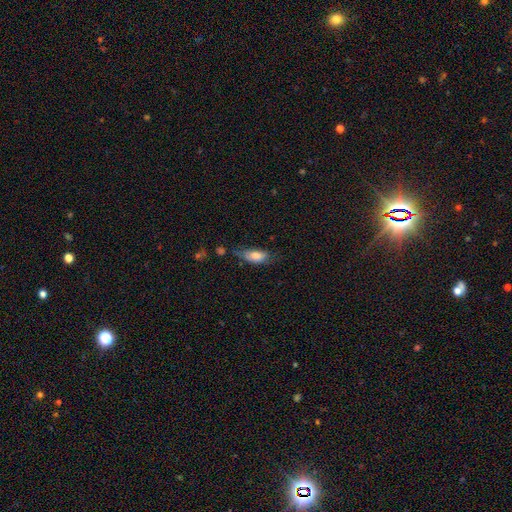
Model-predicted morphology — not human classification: smooth_or_featured: smooth (p=0.75) [alt: featured or disk p=0.17]
how_rounded: in between (p=0.82) [alt: cigar-shaped p=0.14]
merging: none (p=0.49) [alt: minor disturbance p=0.33]